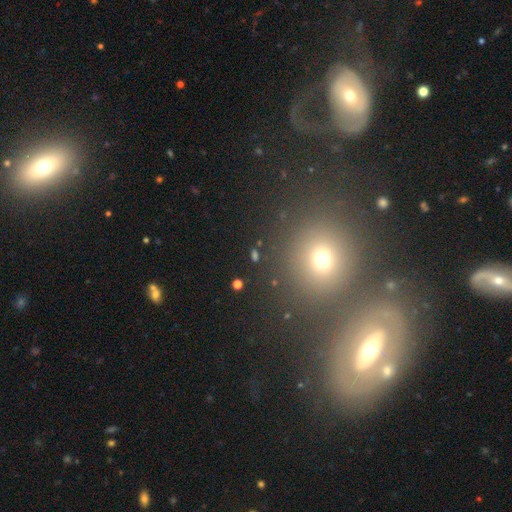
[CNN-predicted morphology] Smooth or featured? smooth (47%)
Merging? none (84%)